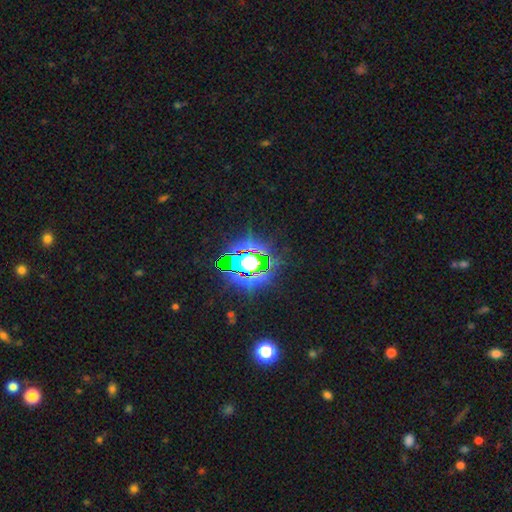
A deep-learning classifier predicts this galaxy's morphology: Q: Smooth or featured?
A: star or artifact (80%); runner-up: smooth (12%)